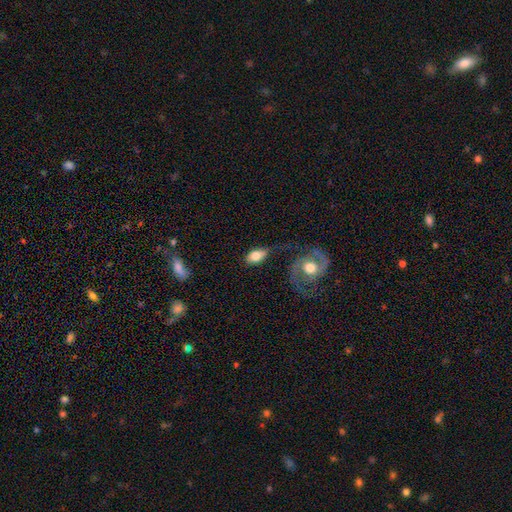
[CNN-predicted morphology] smooth_or_featured: smooth (p=0.70) [alt: featured or disk p=0.24]
how_rounded: in between (p=0.88) [alt: round p=0.08]
merging: none (p=0.46) [alt: minor disturbance p=0.25]